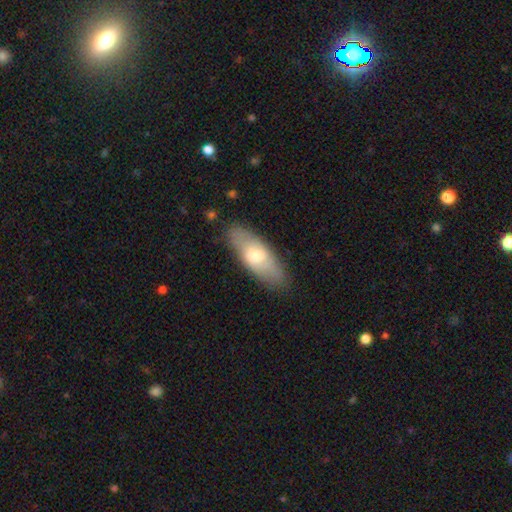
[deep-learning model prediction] smooth-or-featured: smooth: 59% | featured or disk: 35% | star or artifact: 6%
  how-rounded: in between: 69% | cigar-shaped: 28% | round: 2%
  merging: none: 82% | minor disturbance: 13% | major disturbance: 3% | merger: 1%